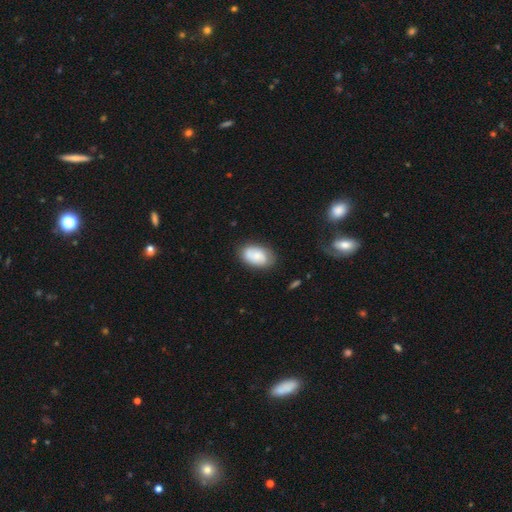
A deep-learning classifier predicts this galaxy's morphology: Q: Smooth or featured?
A: smooth (68%); runner-up: featured or disk (25%)
Q: How rounded?
A: in between (91%); runner-up: round (8%)
Q: Merging?
A: none (76%); runner-up: minor disturbance (17%)